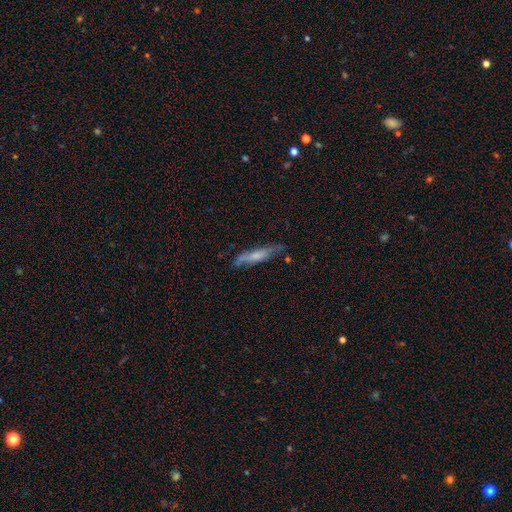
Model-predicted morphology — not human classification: smooth-or-featured: smooth: 52% | featured or disk: 41% | star or artifact: 7%
  how-rounded: cigar-shaped: 82% | in between: 16% | round: 2%
  merging: none: 64% | minor disturbance: 25% | major disturbance: 8% | merger: 4%